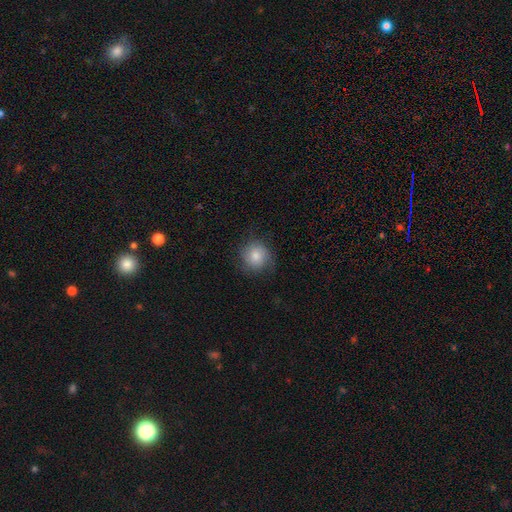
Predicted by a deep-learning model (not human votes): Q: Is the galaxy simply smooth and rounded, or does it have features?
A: smooth — 77%.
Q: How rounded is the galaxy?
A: round — 90%.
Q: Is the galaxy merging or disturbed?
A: none — 76%.